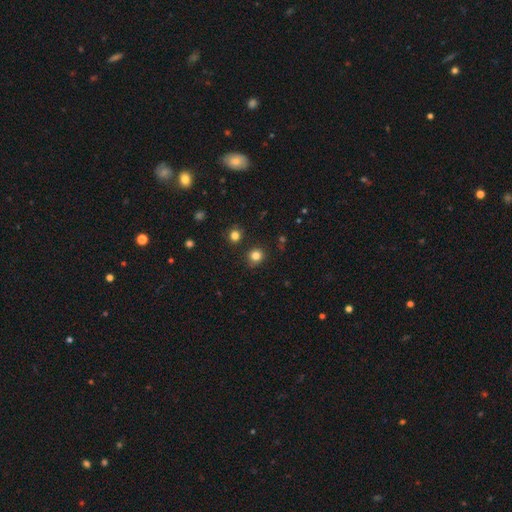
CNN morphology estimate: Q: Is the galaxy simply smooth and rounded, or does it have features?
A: smooth — 81%.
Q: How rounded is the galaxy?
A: round — 85%.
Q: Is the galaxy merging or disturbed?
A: none — 85%.